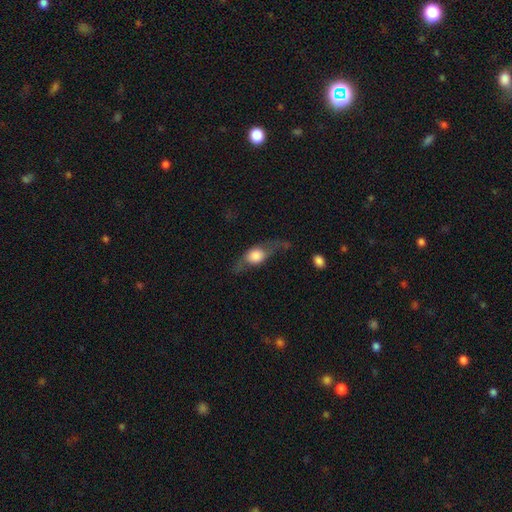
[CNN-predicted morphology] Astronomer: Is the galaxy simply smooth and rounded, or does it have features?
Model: featured or disk — 50% (runner-up: smooth, 42%).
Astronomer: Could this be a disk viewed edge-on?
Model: yes — 76%.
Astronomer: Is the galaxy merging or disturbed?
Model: none — 54%.